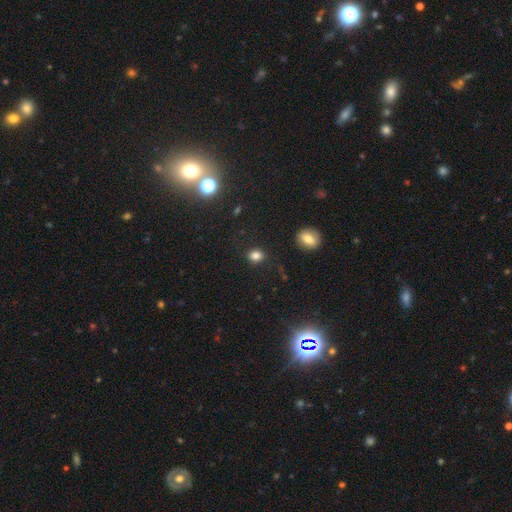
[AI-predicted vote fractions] A smooth galaxy with no disk features (81%) that is round (55%). Merging: none (83%).